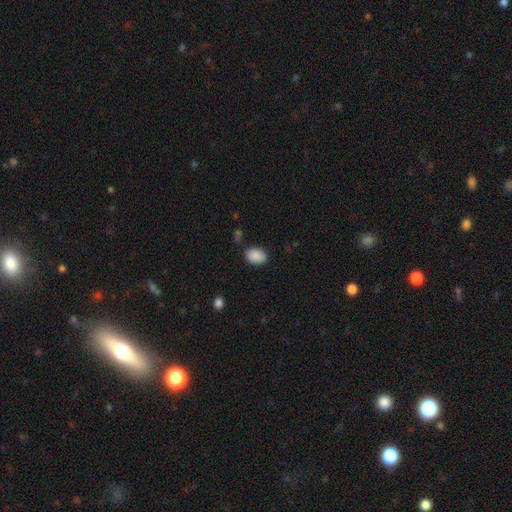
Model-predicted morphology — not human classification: Smooth or featured? Predicted: smooth (p=0.89). How rounded? Predicted: in between (p=0.76). Merging? Predicted: none (p=0.80).